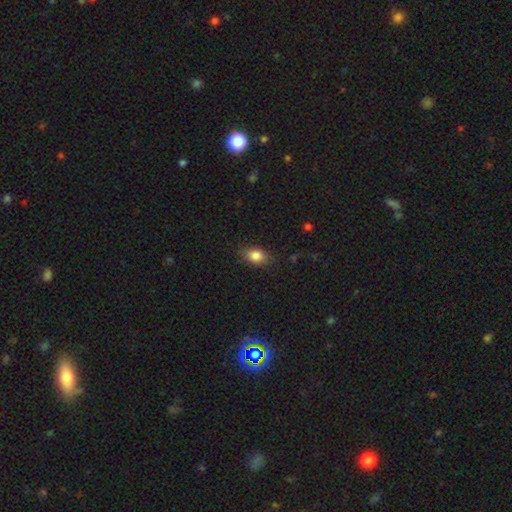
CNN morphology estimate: Smooth or featured: smooth — 84% (star or artifact — 9%)
How rounded: in between — 75% (round — 23%)
Merging: none — 81% (minor disturbance — 15%)